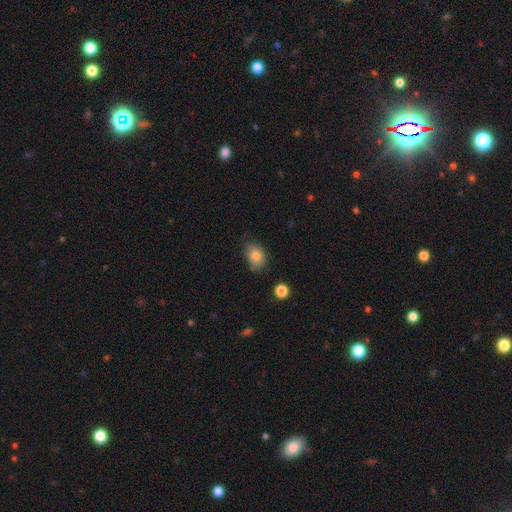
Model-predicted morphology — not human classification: Overall: smooth (81%). How rounded: in between (73%). Merging: none (68%).